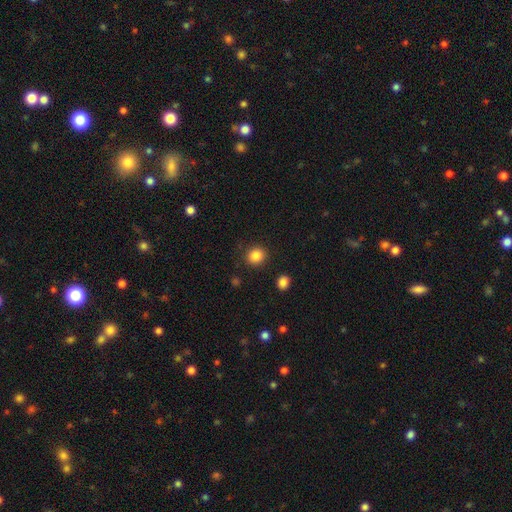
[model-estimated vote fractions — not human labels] smooth_or_featured: smooth (p=0.86) [alt: star or artifact p=0.10]
how_rounded: round (p=0.83) [alt: in between p=0.16]
merging: none (p=0.89) [alt: minor disturbance p=0.07]